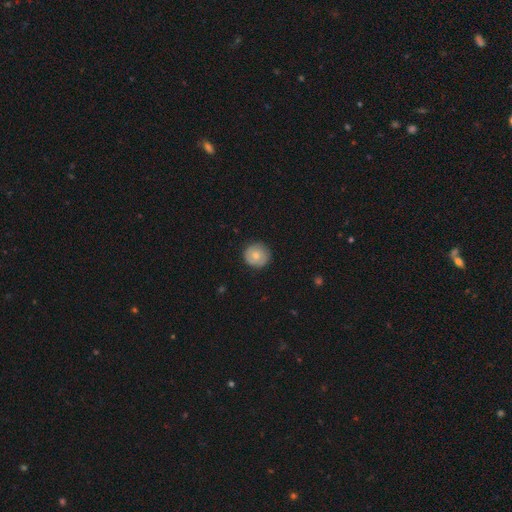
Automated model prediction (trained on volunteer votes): This appears to be a smooth galaxy with no disk features (74%) that is round (94%). Merging: none (88%).